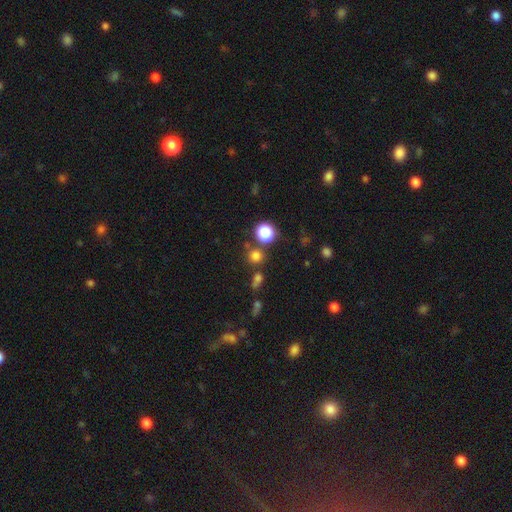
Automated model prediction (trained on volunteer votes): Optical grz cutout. It shows a smooth galaxy with no disk features (72%) that is round (89%). Merging: none (74%).